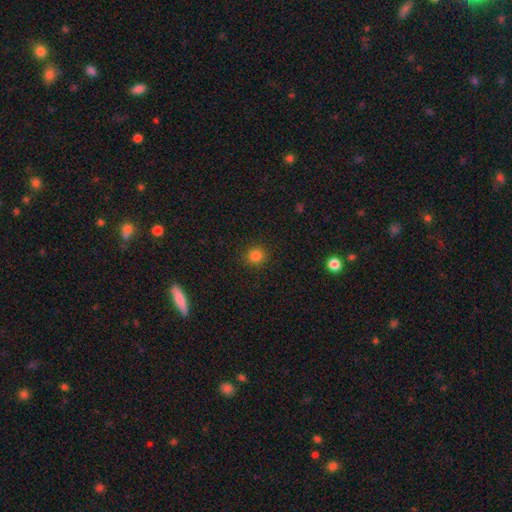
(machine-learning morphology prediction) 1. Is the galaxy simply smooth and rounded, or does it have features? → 83% smooth, 13% star or artifact, 4% featured or disk.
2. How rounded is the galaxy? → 91% round, 8% in between, 1% cigar-shaped.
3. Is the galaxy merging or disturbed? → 91% none, 6% minor disturbance, 2% major disturbance, 1% merger.